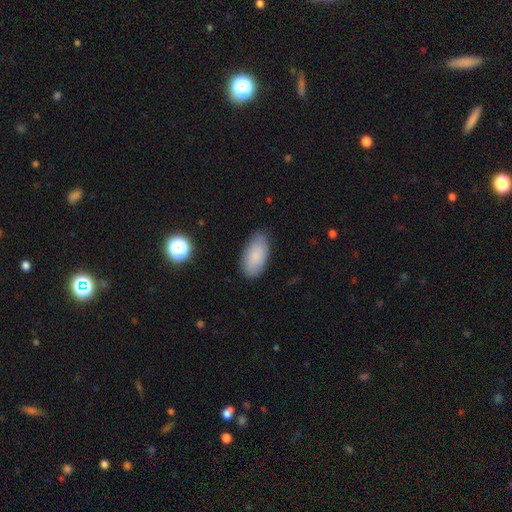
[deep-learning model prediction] A smooth galaxy with no disk features (84%) that is in between round and cigar-shaped (94%).

Vote fractions:
- Smooth or featured? smooth: 84% / featured or disk: 9% / star or artifact: 7%
- How rounded? in between: 94% / cigar-shaped: 4% / round: 3%
- Merging? none: 81% / minor disturbance: 15% / major disturbance: 3% / merger: 1%